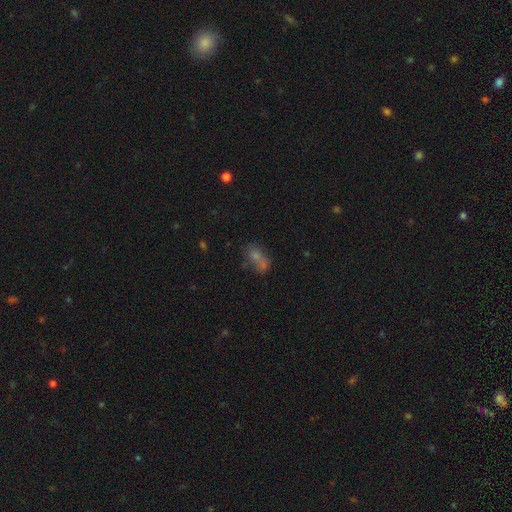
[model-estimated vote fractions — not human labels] Morphology: type=smooth (63%); roundness=in between (74%); merging=none (40%).